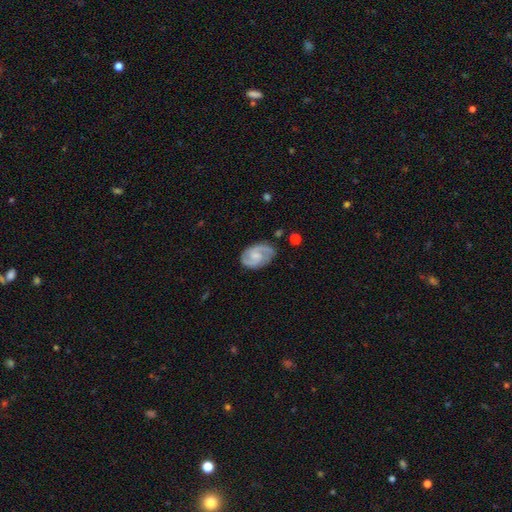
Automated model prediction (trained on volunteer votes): A featured or disk galaxy (81%) with no bar (47%), 2 (88%) medium (51%) spiral arms (96%) and a small central bulge (46%). Merging: none (78%).